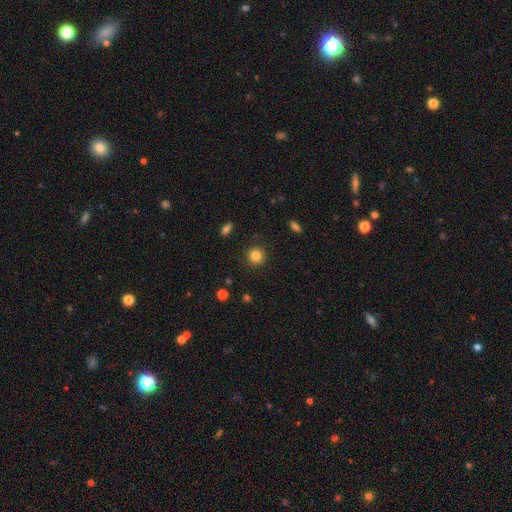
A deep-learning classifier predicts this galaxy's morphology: smooth_or_featured: smooth (p=0.84) [alt: star or artifact p=0.11]
how_rounded: round (p=0.93) [alt: in between p=0.06]
merging: none (p=0.91) [alt: minor disturbance p=0.06]